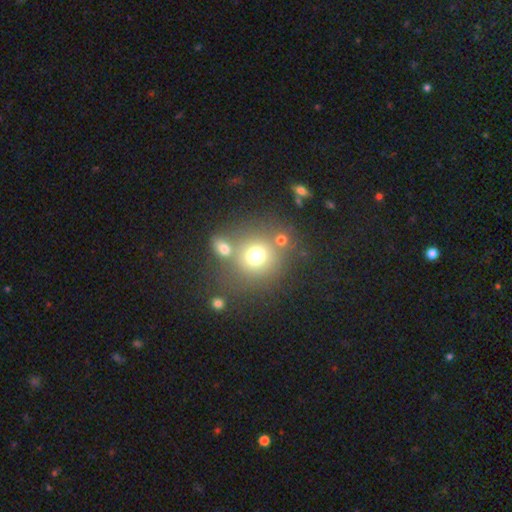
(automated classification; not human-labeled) smooth_or_featured: smooth (p=0.71) [alt: star or artifact p=0.16]
how_rounded: round (p=0.86) [alt: in between p=0.13]
merging: none (p=0.60) [alt: merger p=0.25]